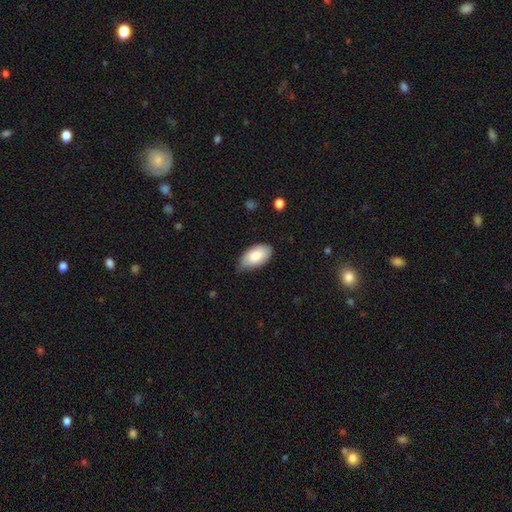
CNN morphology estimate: Smooth or featured?
  - smooth: 83% *
  - featured or disk: 11%
  - star or artifact: 6%
How rounded?
  - in between: 95% *
  - round: 3%
  - cigar-shaped: 2%
Merging?
  - none: 67% *
  - minor disturbance: 28%
  - major disturbance: 4%
  - merger: 1%